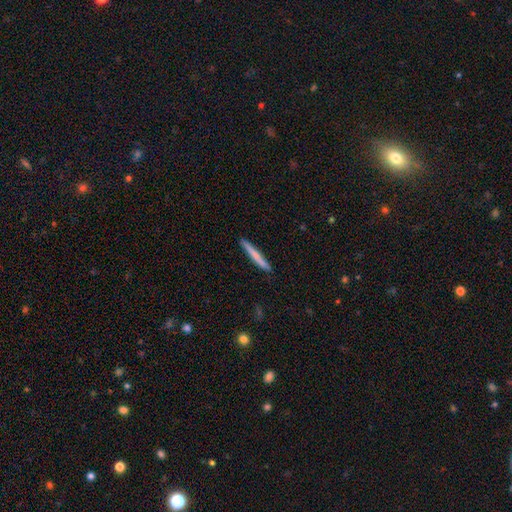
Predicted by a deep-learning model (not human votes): smooth 65%, featured or disk 29%, star or artifact 6%. Down the decision tree: how rounded — cigar-shaped (96%); merging — none (90%).